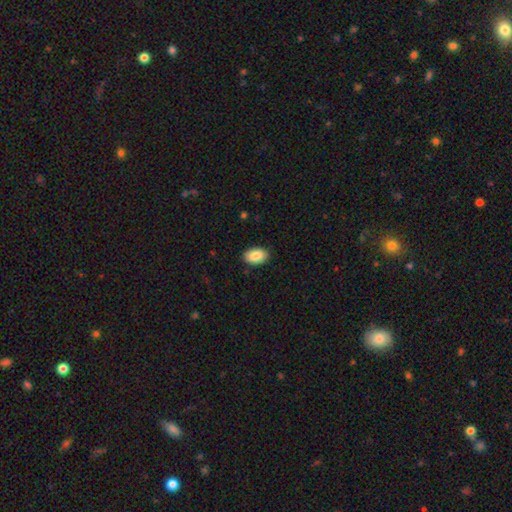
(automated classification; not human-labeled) Smooth or featured?
  - smooth: 86% *
  - featured or disk: 7%
  - star or artifact: 7%
How rounded?
  - in between: 92% *
  - round: 7%
  - cigar-shaped: 1%
Merging?
  - none: 89% *
  - minor disturbance: 9%
  - major disturbance: 2%
  - merger: 1%